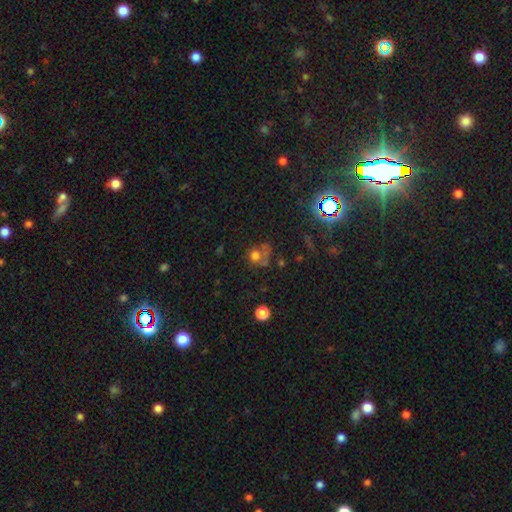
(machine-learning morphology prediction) Smooth or featured: smooth — 58% (star or artifact — 23%)
How rounded: round — 74% (in between — 25%)
Merging: none — 40% (merger — 24%)